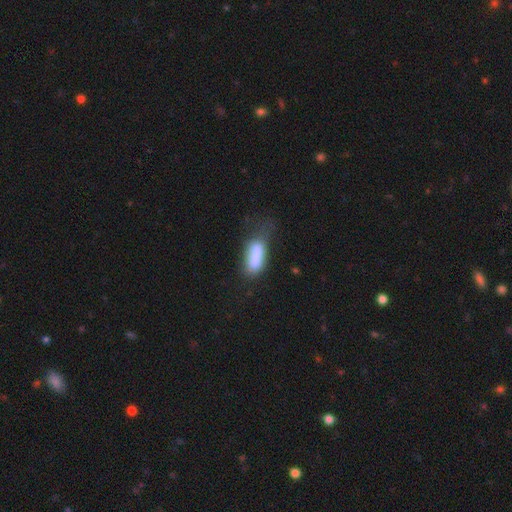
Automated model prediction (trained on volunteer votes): The model was most divided on "merging": none: 32%, minor disturbance: 31%, major disturbance: 29%, merger: 8%. More confident: smooth or featured — smooth (79%); how rounded — in between (71%).